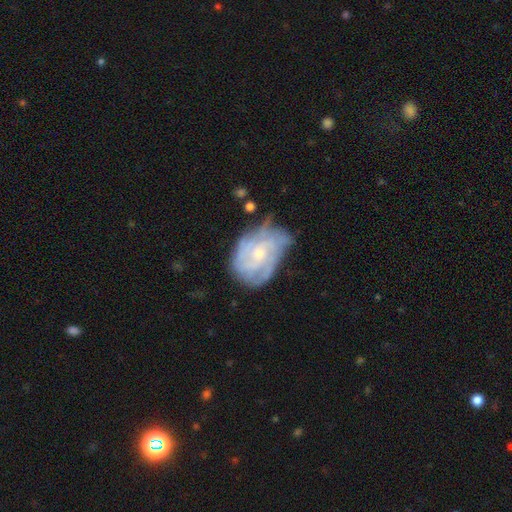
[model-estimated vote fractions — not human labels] smooth_or_featured: featured or disk (p=0.72) [alt: smooth p=0.20]
disk_edge_on: no (p=0.97) [alt: yes p=0.03]
bar: no (p=0.67) [alt: weak p=0.28]
has_spiral_arms: yes (p=0.84) [alt: no p=0.16]
spiral_winding: tight (p=0.55) [alt: medium p=0.32]
spiral_arm_count: can't tell (p=0.46) [alt: 3 p=0.17]
bulge_size: small (p=0.56) [alt: moderate p=0.39]
merging: none (p=0.55) [alt: minor disturbance p=0.29]